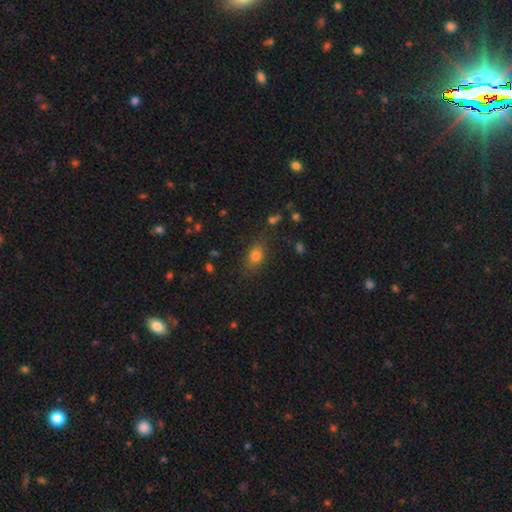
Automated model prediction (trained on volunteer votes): Q: Smooth or featured?
A: smooth (78%); runner-up: star or artifact (13%)
Q: How rounded?
A: in between (70%); runner-up: round (26%)
Q: Merging?
A: none (76%); runner-up: minor disturbance (15%)